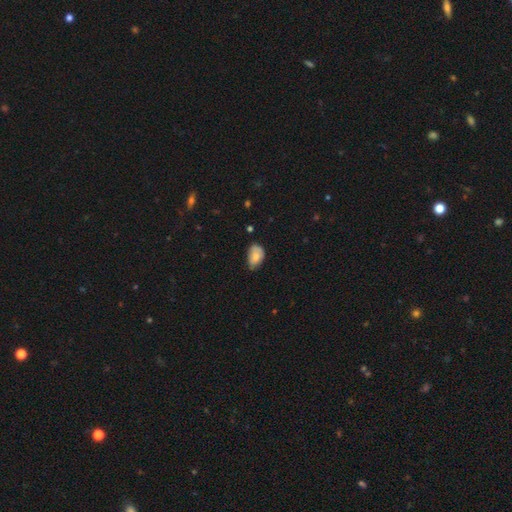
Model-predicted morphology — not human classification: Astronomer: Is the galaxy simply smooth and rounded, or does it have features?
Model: smooth — 74%.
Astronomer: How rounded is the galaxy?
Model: in between — 88%.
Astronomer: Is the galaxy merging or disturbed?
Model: none — 46% (runner-up: minor disturbance, 42%).